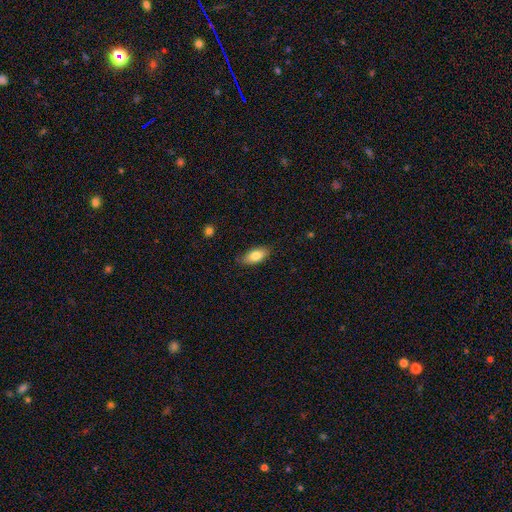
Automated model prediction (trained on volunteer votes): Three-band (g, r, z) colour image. It shows a smooth galaxy with no disk features (81%) that is in between round and cigar-shaped (89%). Merging: none (84%).